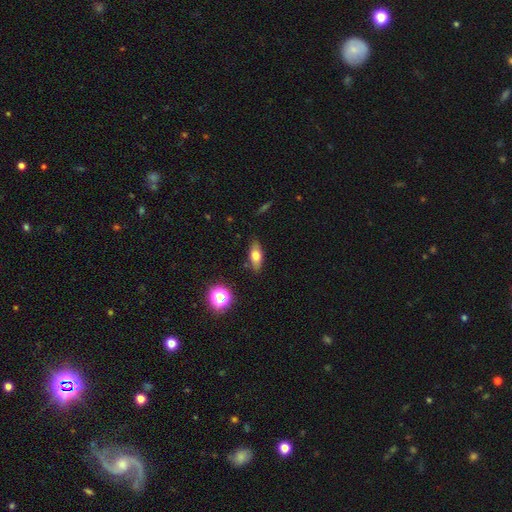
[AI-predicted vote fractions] This is likely a smooth galaxy (65%). How rounded: likely in between (73%). Merging: clearly none (83%).